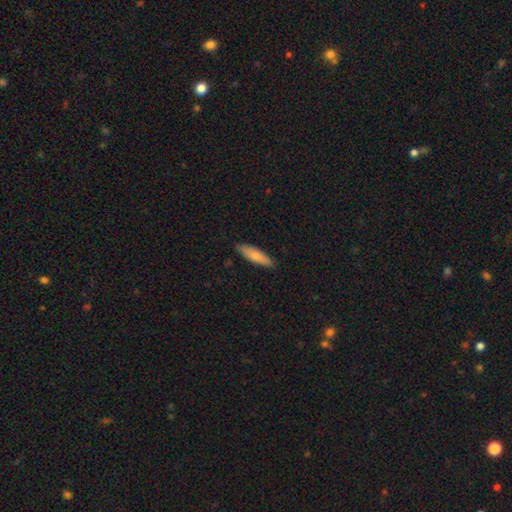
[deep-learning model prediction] Overall: smooth (74%). How rounded: cigar-shaped (61%; in between 37%). Merging: none (87%).